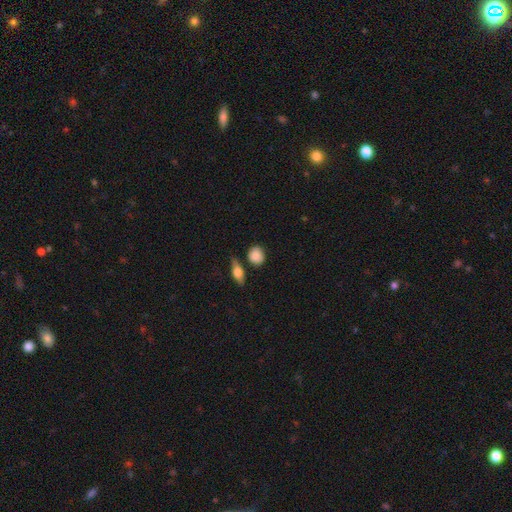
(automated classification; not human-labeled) Smooth or featured? Predicted: smooth (p=0.85). How rounded? Predicted: round (p=0.67). Merging? Predicted: none (p=0.75).